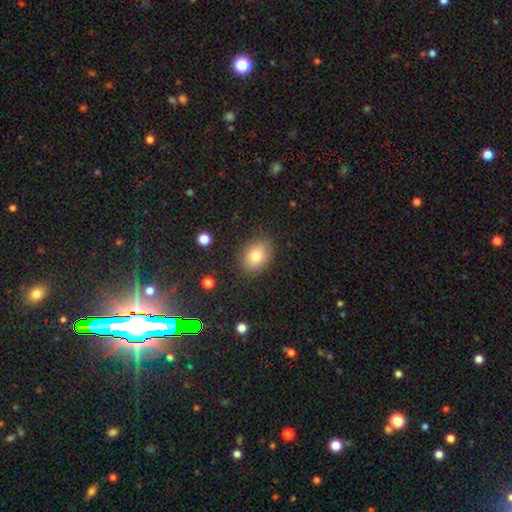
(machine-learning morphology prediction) A smooth galaxy with no disk features (80%) that is in between round and cigar-shaped (66%). Merging: none (85%).